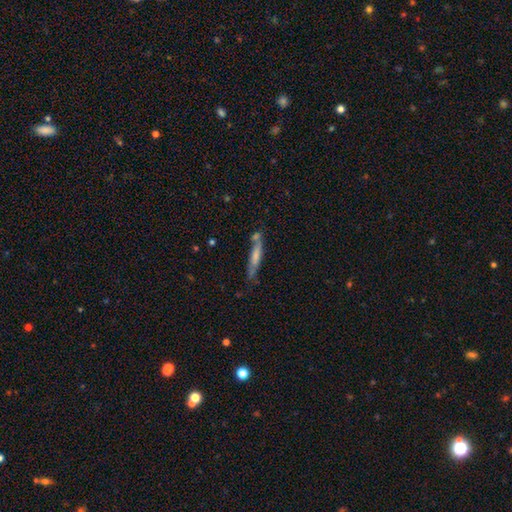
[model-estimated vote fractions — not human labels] Overall: smooth (60%; featured or disk 33%). How rounded: cigar-shaped (90%). Merging: none (60%).